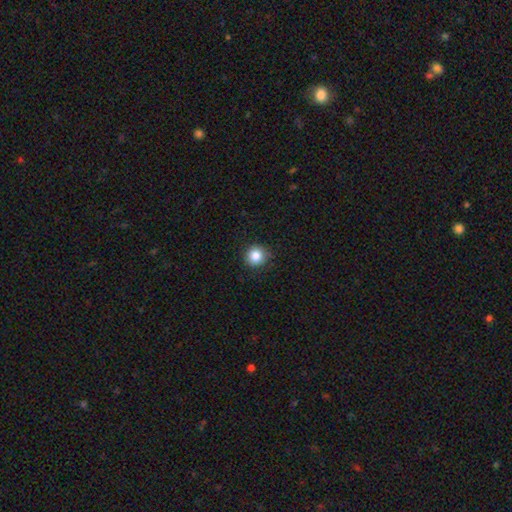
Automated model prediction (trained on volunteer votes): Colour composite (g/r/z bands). It shows a smooth galaxy with no disk features (84%) that is round (93%). Merging: none (89%).